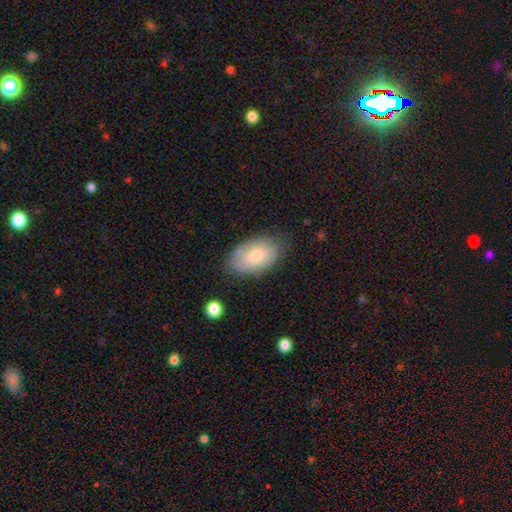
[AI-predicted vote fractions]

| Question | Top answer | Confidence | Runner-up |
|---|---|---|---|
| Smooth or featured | smooth | 67% | featured or disk (26%) |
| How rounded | in between | 93% | round (6%) |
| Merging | none | 72% | minor disturbance (21%) |